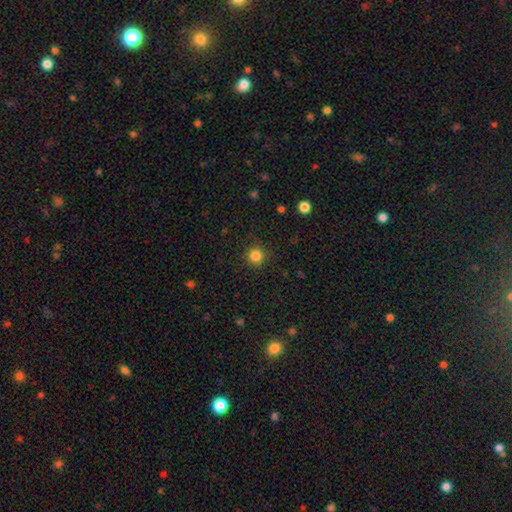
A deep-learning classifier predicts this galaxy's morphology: This is clearly a smooth galaxy (84%). How rounded: clearly round (95%). Merging: clearly none (89%).